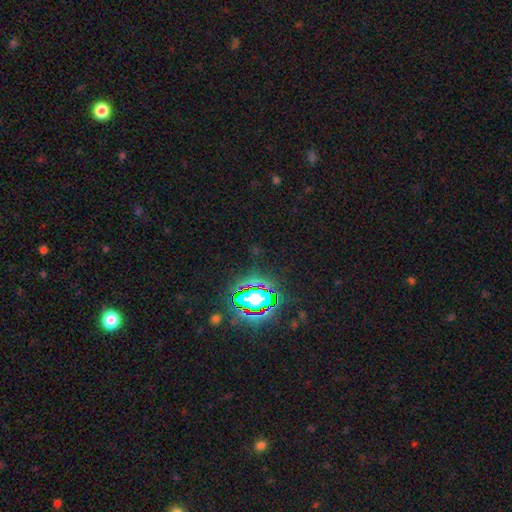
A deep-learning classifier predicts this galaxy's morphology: The model was most divided on "smooth or featured": star or artifact: 80%, smooth: 12%, featured or disk: 8%.